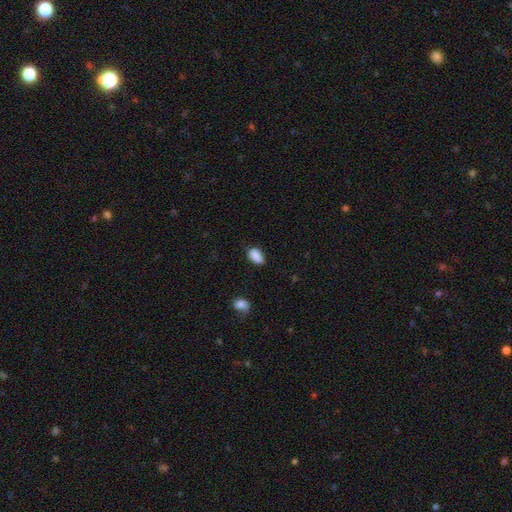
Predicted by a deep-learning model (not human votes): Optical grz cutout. It shows a smooth galaxy with no disk features (88%) that is in between round and cigar-shaped (91%). Merging: none (72%).